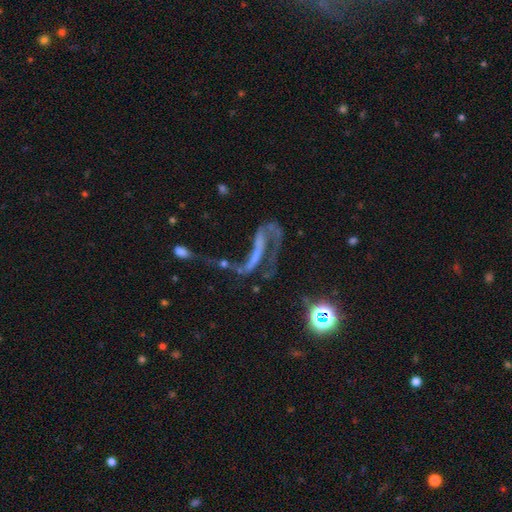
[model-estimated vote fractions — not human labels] smooth_or_featured: featured or disk (p=0.65) [alt: star or artifact p=0.19]
disk_edge_on: no (p=0.85) [alt: yes p=0.15]
bar: no (p=0.40) [alt: strong p=0.39]
has_spiral_arms: yes (p=0.62) [alt: no p=0.38]
bulge_size: none (p=0.62) [alt: small p=0.23]
merging: major disturbance (p=0.45) [alt: none p=0.24]